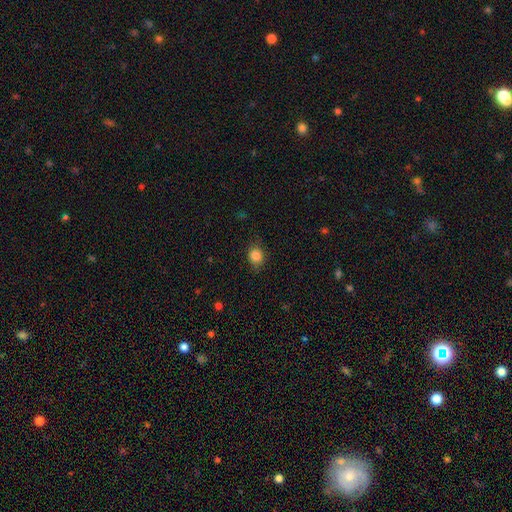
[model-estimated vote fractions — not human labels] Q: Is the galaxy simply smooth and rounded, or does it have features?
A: smooth — 84%.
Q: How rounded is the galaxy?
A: round — 62%.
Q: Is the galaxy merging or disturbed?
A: none — 80%.